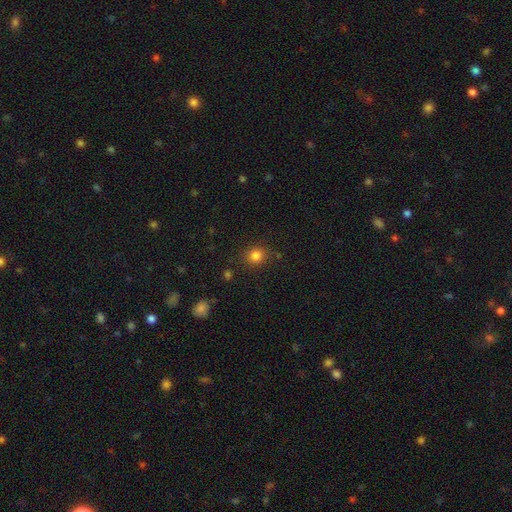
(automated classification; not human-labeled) This is clearly a smooth galaxy (82%). How rounded: clearly round (85%). Merging: clearly none (85%).